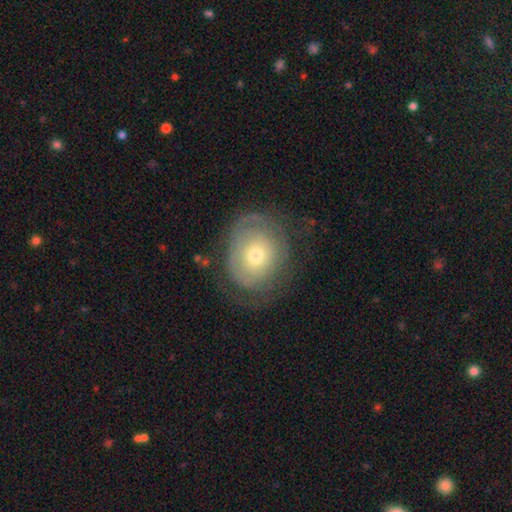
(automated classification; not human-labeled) featured or disk 54%, smooth 38%, star or artifact 8%. Down the decision tree: edge-on disk — no (95%); bar — no (87%); spiral arms — yes (62%); bulge size — moderate (50%); merging — none (63%).